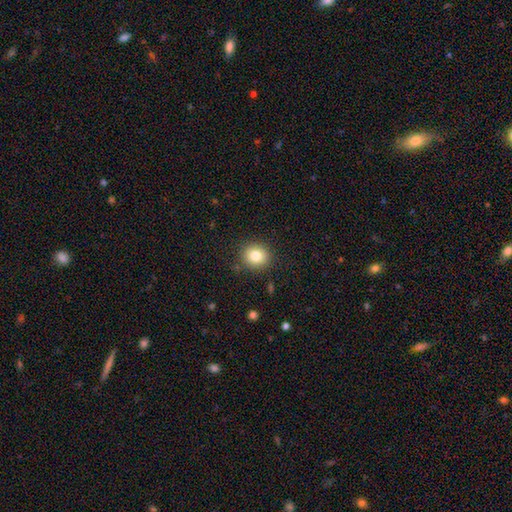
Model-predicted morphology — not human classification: type=smooth (81%); roundness=round (85%); merging=none (88%).